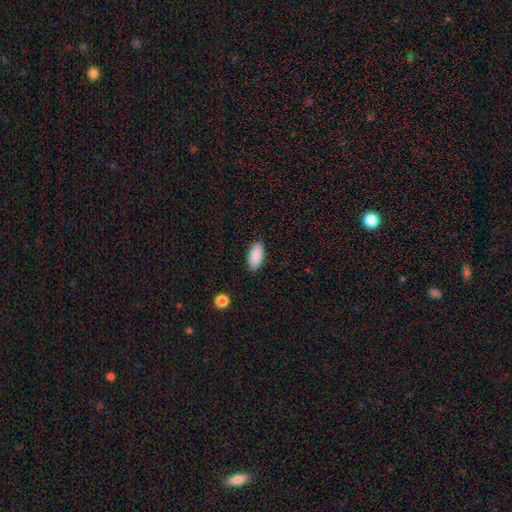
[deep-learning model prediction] Smooth or featured? Predicted: smooth (p=0.90). How rounded? Predicted: in between (p=0.91). Merging? Predicted: none (p=0.87).